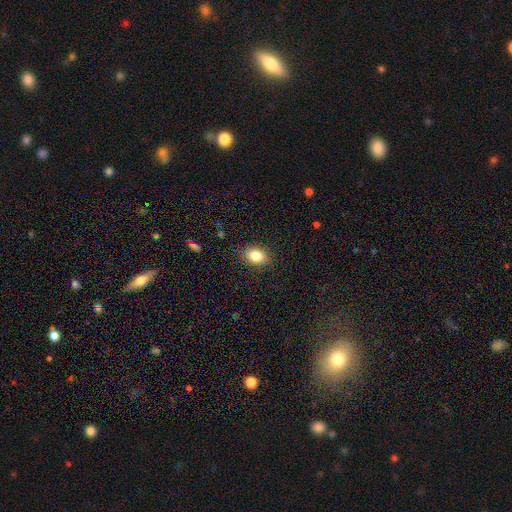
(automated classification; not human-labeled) Smooth or featured?
  - smooth: 83% *
  - star or artifact: 9%
  - featured or disk: 8%
How rounded?
  - in between: 77% *
  - round: 22%
  - cigar-shaped: 1%
Merging?
  - none: 86% *
  - minor disturbance: 10%
  - major disturbance: 3%
  - merger: 1%